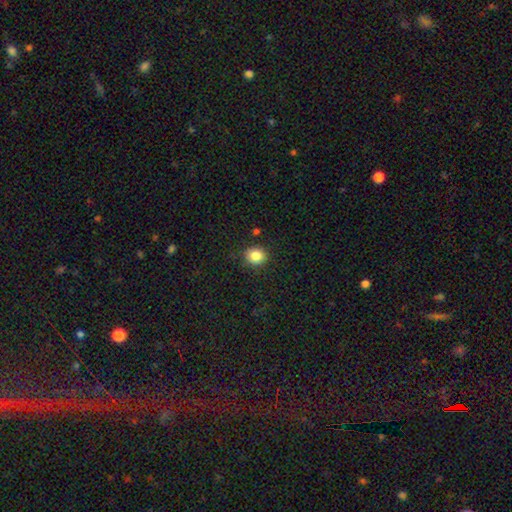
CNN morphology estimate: Q: Smooth or featured?
A: smooth (85%); runner-up: star or artifact (11%)
Q: How rounded?
A: round (83%); runner-up: in between (16%)
Q: Merging?
A: none (87%); runner-up: minor disturbance (8%)